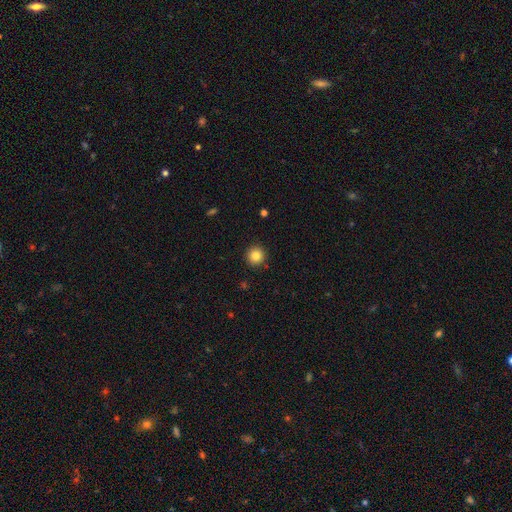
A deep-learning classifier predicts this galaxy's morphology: Smooth or featured?
  - smooth: 84% *
  - star or artifact: 11%
  - featured or disk: 6%
How rounded?
  - round: 95% *
  - in between: 4%
  - cigar-shaped: 1%
Merging?
  - none: 92% *
  - minor disturbance: 5%
  - major disturbance: 2%
  - merger: 1%